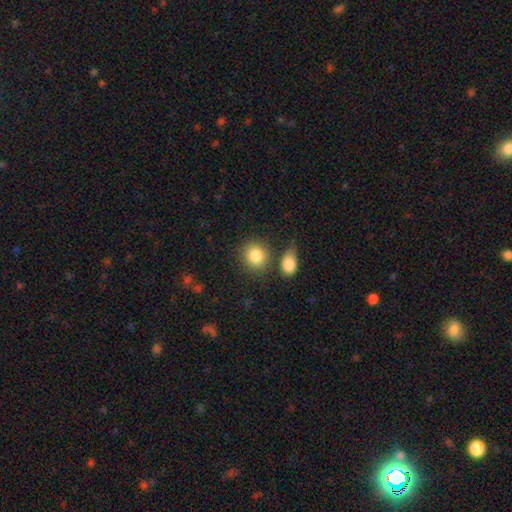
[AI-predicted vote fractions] Q: Smooth or featured?
A: smooth (84%); runner-up: star or artifact (8%)
Q: How rounded?
A: round (80%); runner-up: in between (19%)
Q: Merging?
A: none (71%); runner-up: merger (13%)